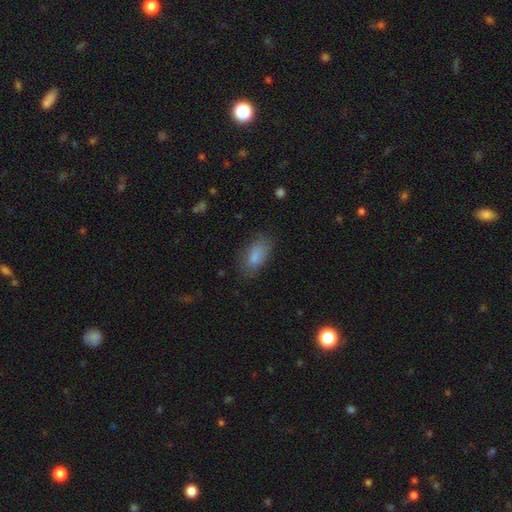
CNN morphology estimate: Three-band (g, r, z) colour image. It shows a smooth galaxy with no disk features (84%) that is in between round and cigar-shaped (90%). Merging: none (74%).